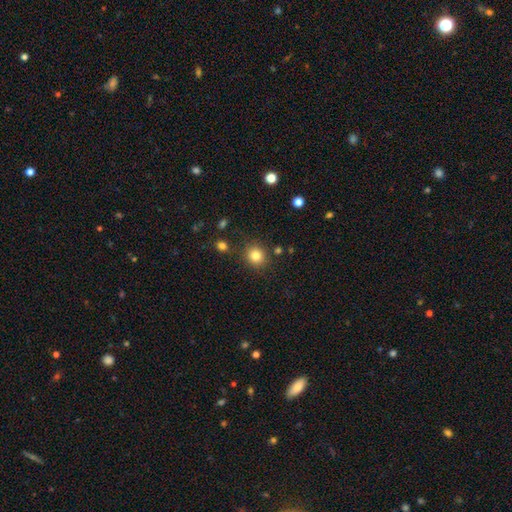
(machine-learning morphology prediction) Smooth or featured: smooth — 82% (star or artifact — 12%)
How rounded: round — 88% (in between — 11%)
Merging: none — 85% (minor disturbance — 8%)